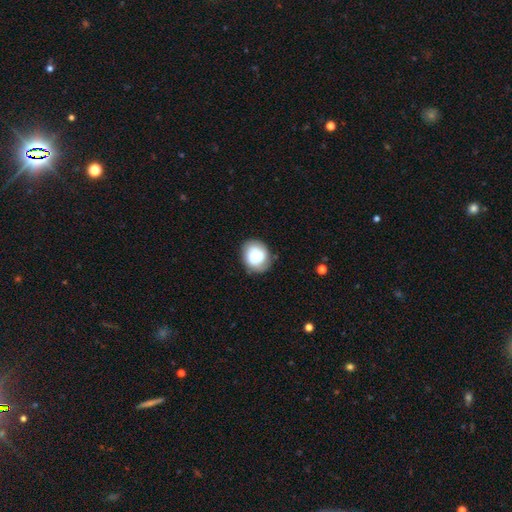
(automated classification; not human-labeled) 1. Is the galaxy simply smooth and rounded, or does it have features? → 70% smooth, 22% featured or disk, 8% star or artifact.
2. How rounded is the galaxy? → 69% round, 30% in between, 1% cigar-shaped.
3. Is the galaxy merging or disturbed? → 70% none, 21% minor disturbance, 6% major disturbance, 2% merger.